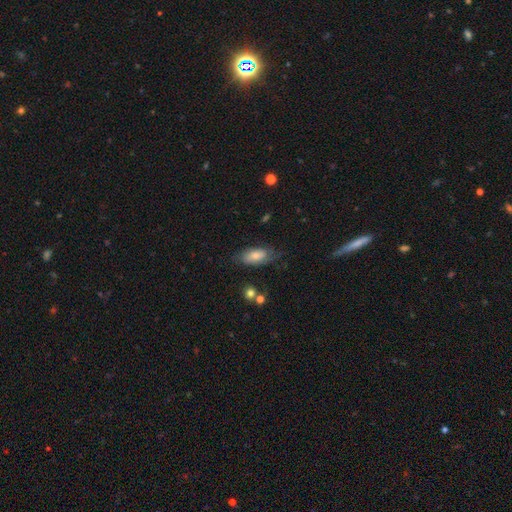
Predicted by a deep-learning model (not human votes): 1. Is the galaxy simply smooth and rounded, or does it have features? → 67% smooth, 26% featured or disk, 7% star or artifact.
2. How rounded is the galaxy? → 86% in between, 11% cigar-shaped, 3% round.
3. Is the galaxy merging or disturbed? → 62% none, 25% minor disturbance, 10% major disturbance, 2% merger.